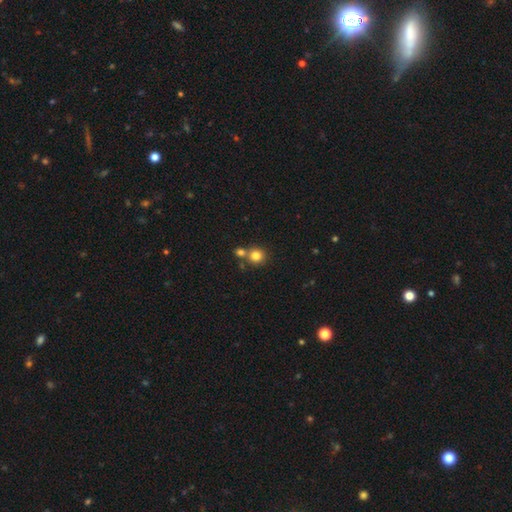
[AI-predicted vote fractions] A smooth galaxy with no disk features (81%) that is round (90%).

Vote fractions:
- Smooth or featured? smooth: 81% / star or artifact: 12% / featured or disk: 7%
- How rounded? round: 90% / in between: 9% / cigar-shaped: 1%
- Merging? none: 62% / merger: 29% / minor disturbance: 7% / major disturbance: 2%